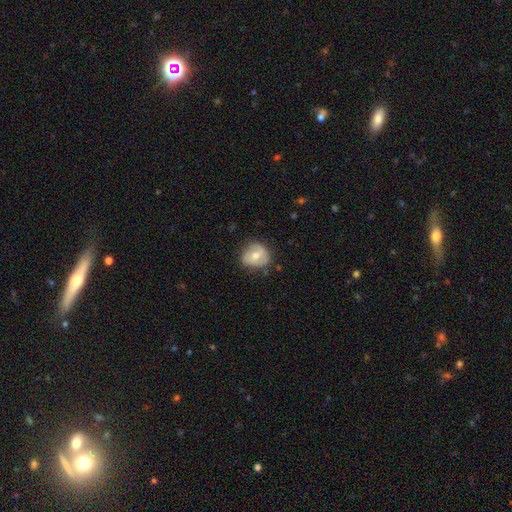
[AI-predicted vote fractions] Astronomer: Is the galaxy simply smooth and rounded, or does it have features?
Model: smooth — 57% (runner-up: featured or disk, 36%).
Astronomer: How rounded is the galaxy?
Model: round — 76%.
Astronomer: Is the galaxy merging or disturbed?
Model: none — 70%.